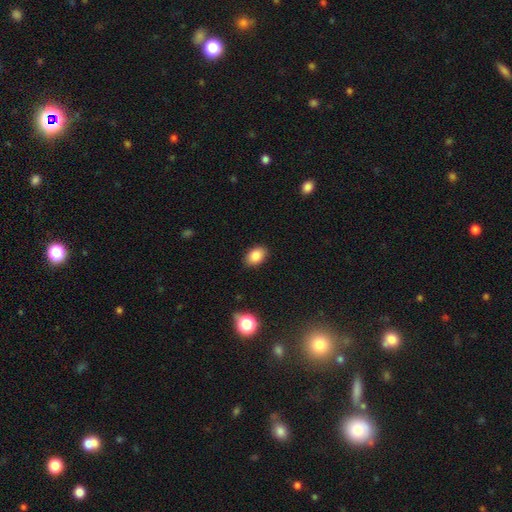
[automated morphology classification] Smooth or featured? smooth (85%)
How rounded? in between (81%)
Merging? none (87%)